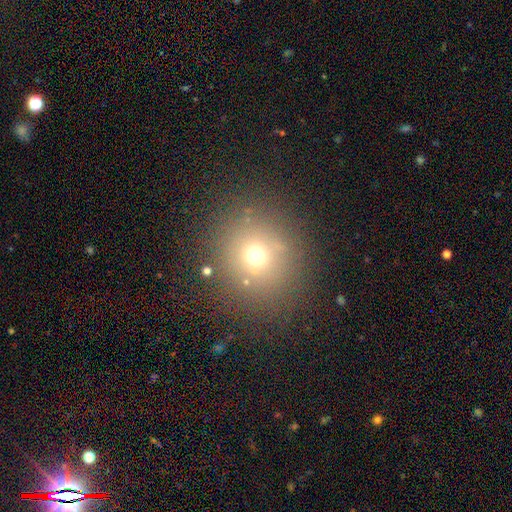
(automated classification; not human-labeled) smooth_or_featured: smooth (p=0.65) [alt: star or artifact p=0.22]
how_rounded: round (p=0.88) [alt: in between p=0.11]
merging: none (p=0.82) [alt: minor disturbance p=0.09]